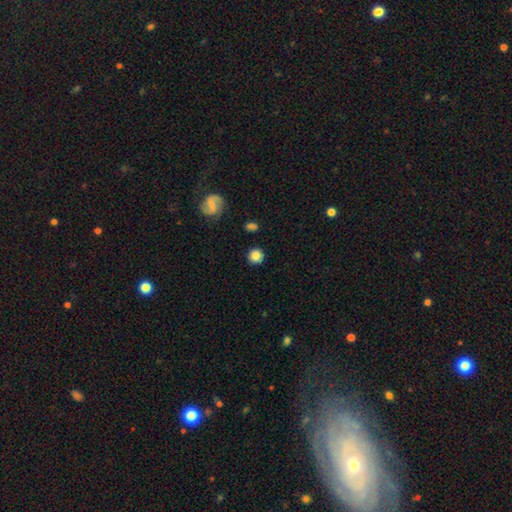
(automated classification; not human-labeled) This is clearly a smooth galaxy (83%). How rounded: clearly round (93%). Merging: clearly none (88%).